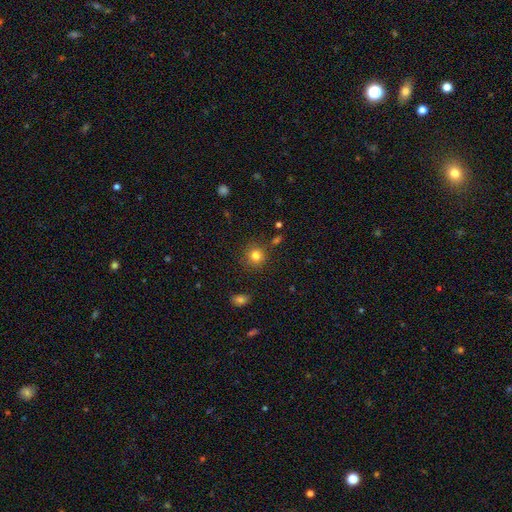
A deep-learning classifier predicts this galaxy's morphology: Smooth or featured? smooth (82%)
How rounded? round (90%)
Merging? none (85%)